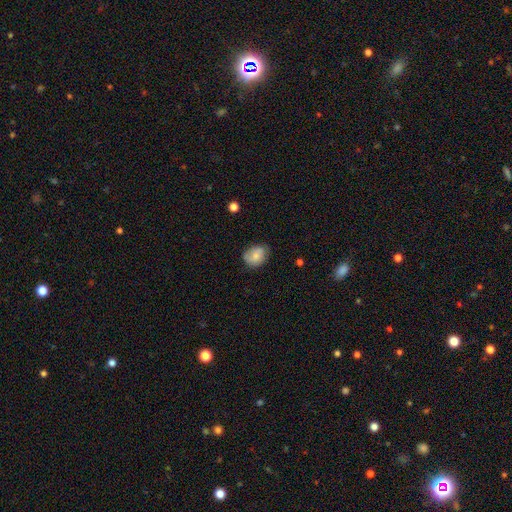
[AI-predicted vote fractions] Smooth or featured?
  - smooth: 74% *
  - featured or disk: 18%
  - star or artifact: 8%
How rounded?
  - in between: 58% *
  - round: 41%
  - cigar-shaped: 1%
Merging?
  - none: 67% *
  - minor disturbance: 27%
  - major disturbance: 5%
  - merger: 1%